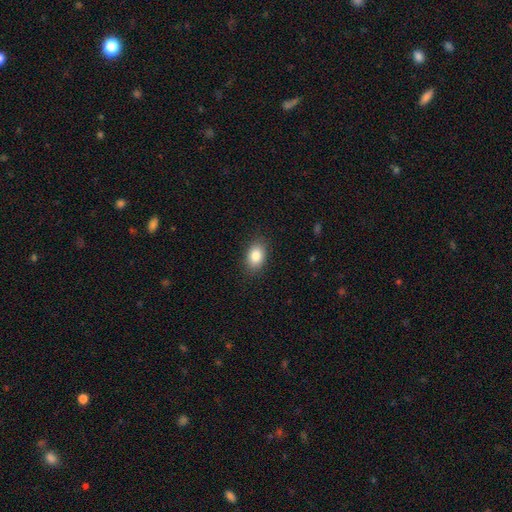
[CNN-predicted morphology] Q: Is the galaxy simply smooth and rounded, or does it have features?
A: smooth — 84%.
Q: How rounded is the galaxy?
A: in between — 81%.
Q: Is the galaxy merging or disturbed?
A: none — 87%.